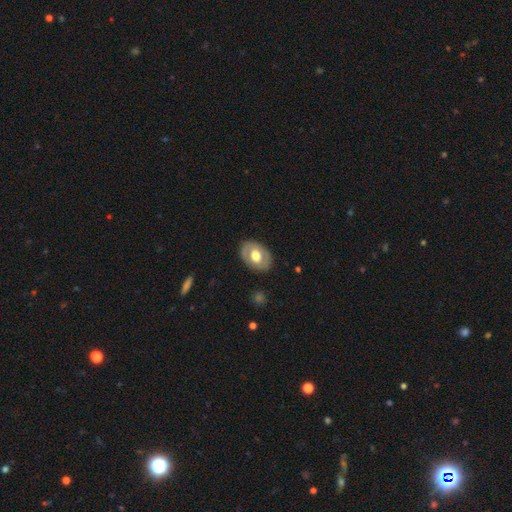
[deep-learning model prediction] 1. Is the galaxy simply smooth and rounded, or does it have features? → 50% smooth, 44% featured or disk, 6% star or artifact.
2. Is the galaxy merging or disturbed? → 84% none, 12% minor disturbance, 4% major disturbance, 1% merger.